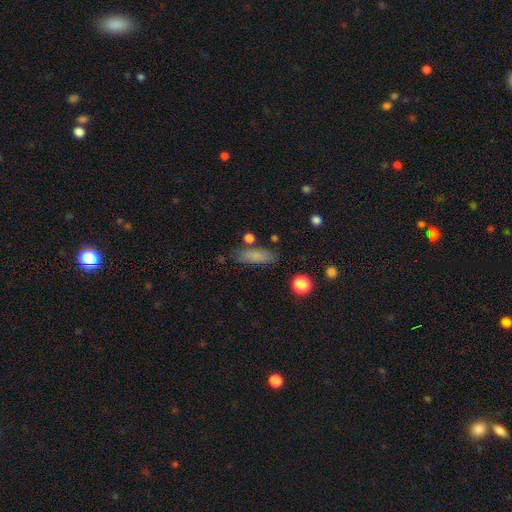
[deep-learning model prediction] A smooth galaxy with no disk features (82%) that is in between round and cigar-shaped (52%). Merging: none (77%).